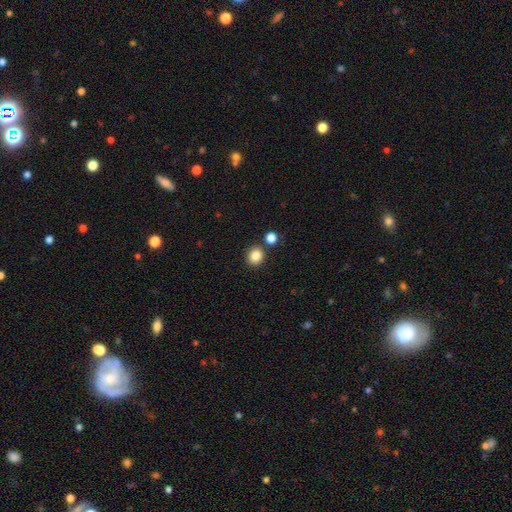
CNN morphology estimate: Q: Smooth or featured?
A: smooth (84%); runner-up: star or artifact (11%)
Q: How rounded?
A: round (81%); runner-up: in between (18%)
Q: Merging?
A: none (82%); runner-up: merger (8%)